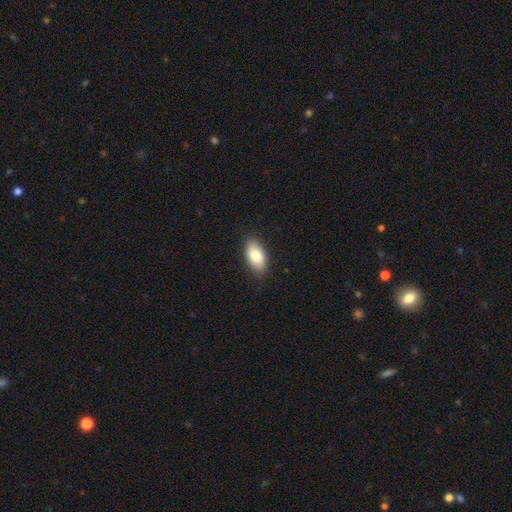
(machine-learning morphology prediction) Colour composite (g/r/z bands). It shows a smooth galaxy with no disk features (85%) that is in between round and cigar-shaped (93%). Merging: none (86%).